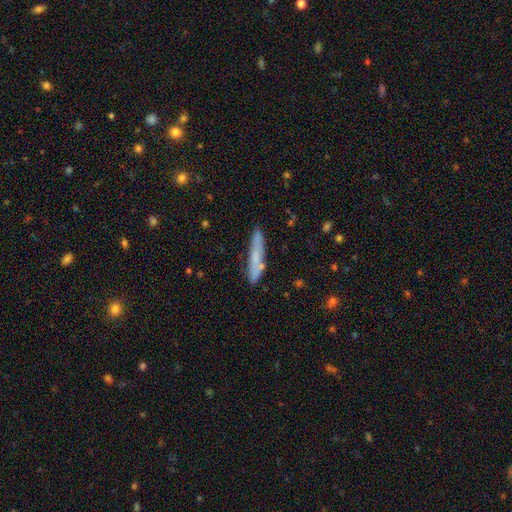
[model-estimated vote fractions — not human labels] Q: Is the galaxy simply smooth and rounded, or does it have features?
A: smooth — 58%.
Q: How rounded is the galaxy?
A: cigar-shaped — 91%.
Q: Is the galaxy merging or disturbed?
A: none — 80%.